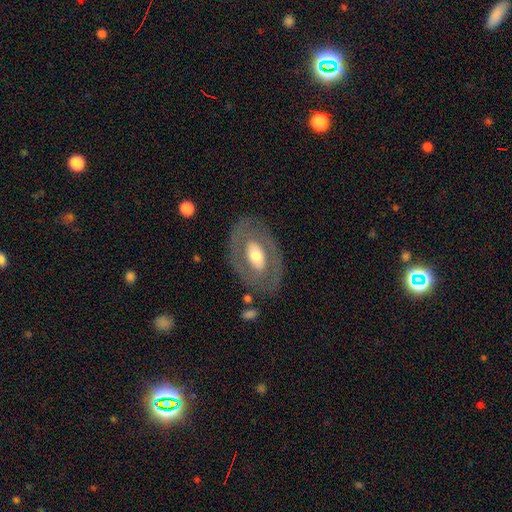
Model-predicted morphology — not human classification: Smooth or featured: featured or disk — 60% (smooth — 34%)
Edge-on disk: no — 91% (yes — 9%)
Bar: no — 57% (weak — 26%)
Spiral arms: no — 72% (yes — 28%)
Bulge size: moderate — 60% (large — 21%)
Merging: none — 79% (minor disturbance — 12%)